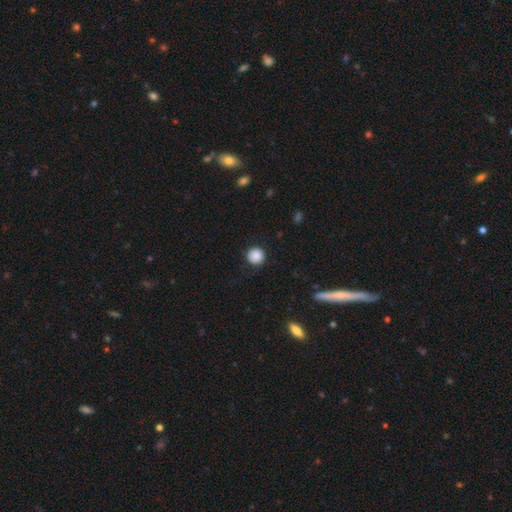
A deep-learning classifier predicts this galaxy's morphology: Overall: smooth (87%). How rounded: round (94%). Merging: none (86%).